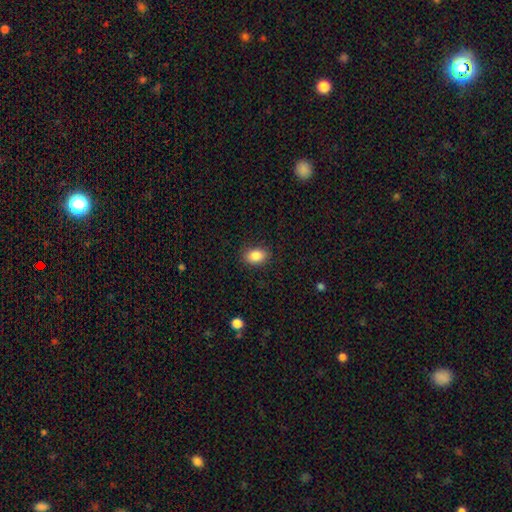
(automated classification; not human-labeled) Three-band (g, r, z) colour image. It shows a smooth galaxy with no disk features (86%) that is in between round and cigar-shaped (81%). Merging: none (86%).